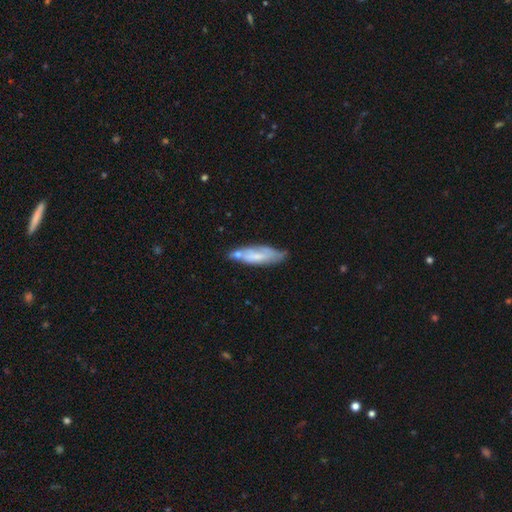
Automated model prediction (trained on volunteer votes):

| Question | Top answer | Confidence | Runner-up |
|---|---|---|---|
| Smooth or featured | smooth | 58% | featured or disk (35%) |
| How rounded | cigar-shaped | 52% | in between (46%) |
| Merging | none | 47% | minor disturbance (28%) |